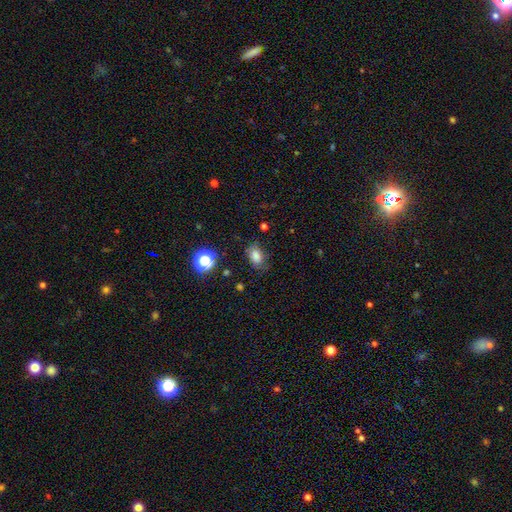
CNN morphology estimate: Smooth or featured? Predicted: smooth (p=0.78). How rounded? Predicted: in between (p=0.79). Merging? Predicted: none (p=0.70).